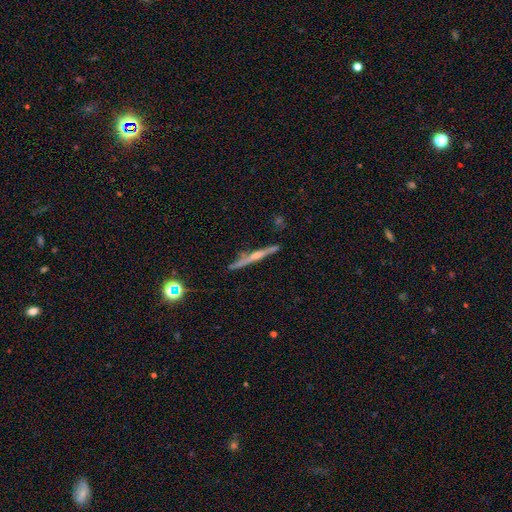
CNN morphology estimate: Smooth or featured? Predicted: featured or disk (p=0.70). Edge-on disk? Predicted: yes (p=0.97). Edge-on bulge? Predicted: rounded (p=0.66). Merging? Predicted: none (p=0.84).